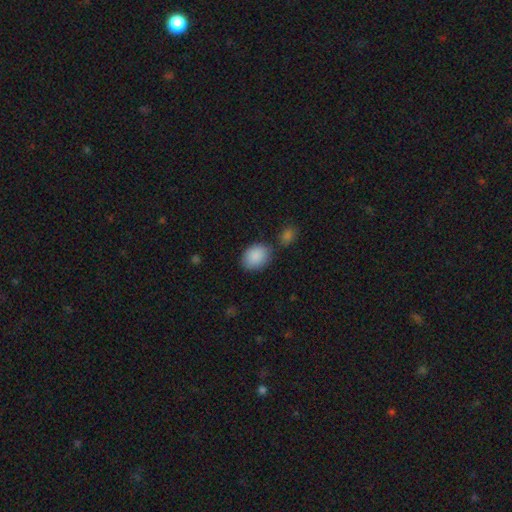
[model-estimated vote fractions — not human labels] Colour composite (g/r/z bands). It shows a smooth galaxy with no disk features (89%) that is in between round and cigar-shaped (68%). Merging: none (70%).